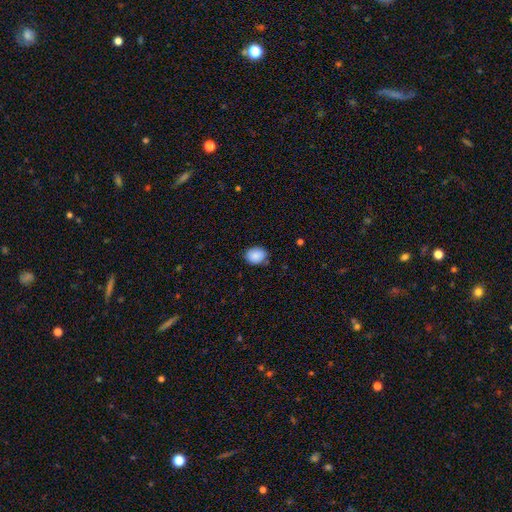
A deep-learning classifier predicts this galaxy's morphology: The model was most divided on "how rounded": in between: 56%, round: 43%, cigar-shaped: 1%. More confident: smooth or featured — smooth (88%); merging — none (81%).